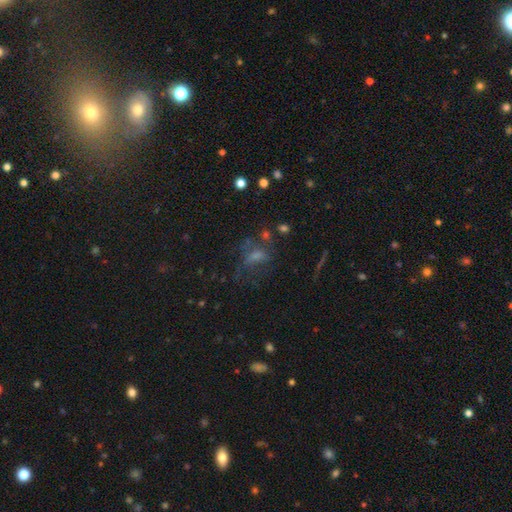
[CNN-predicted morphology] Q: Smooth or featured?
A: smooth (41%); runner-up: featured or disk (33%)
Q: Merging?
A: none (42%); runner-up: major disturbance (31%)